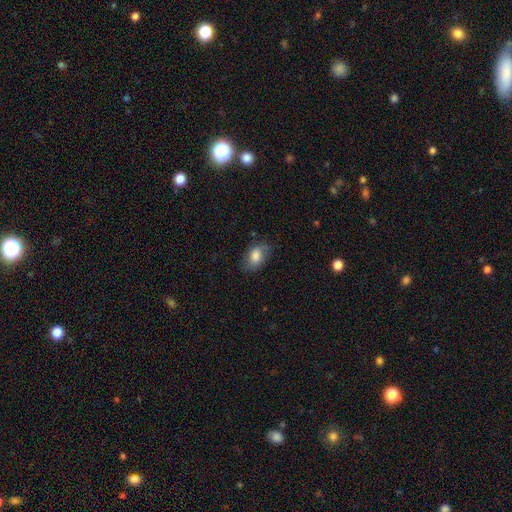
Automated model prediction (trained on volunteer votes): Smooth or featured: smooth — 78% (featured or disk — 14%)
How rounded: in between — 84% (round — 14%)
Merging: none — 69% (minor disturbance — 23%)